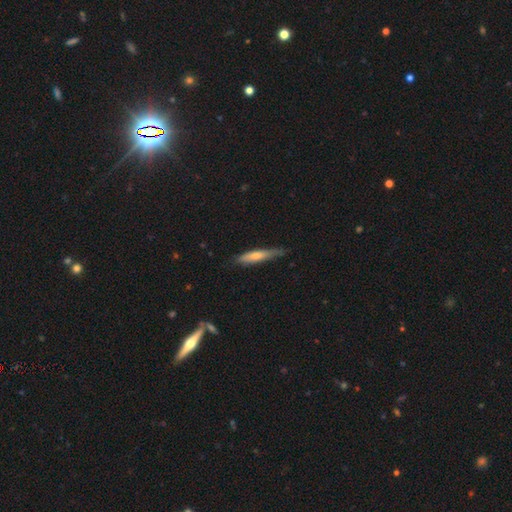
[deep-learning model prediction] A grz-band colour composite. It shows a smooth galaxy with no disk features (55%) that is cigar-shaped (88%). Merging: none (70%).